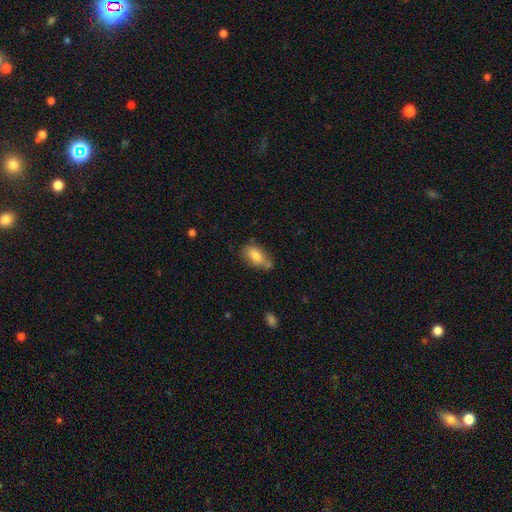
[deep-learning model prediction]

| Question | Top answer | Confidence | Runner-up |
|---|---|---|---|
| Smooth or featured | smooth | 78% | featured or disk (15%) |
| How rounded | in between | 87% | cigar-shaped (8%) |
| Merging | none | 58% | minor disturbance (27%) |